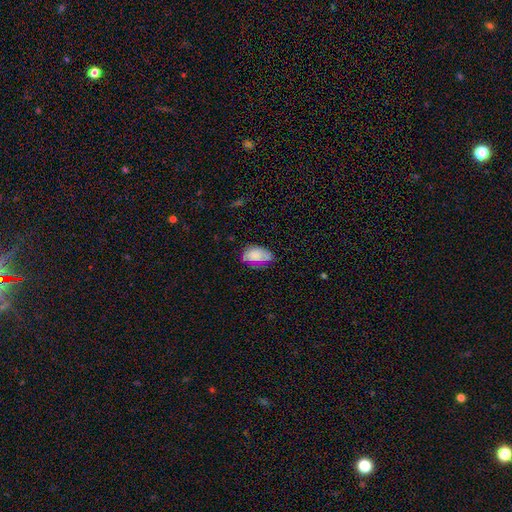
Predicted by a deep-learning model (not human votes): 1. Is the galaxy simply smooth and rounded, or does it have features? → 76% smooth, 15% featured or disk, 10% star or artifact.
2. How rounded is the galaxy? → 91% in between, 7% round, 2% cigar-shaped.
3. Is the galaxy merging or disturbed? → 54% none, 32% minor disturbance, 11% major disturbance, 3% merger.